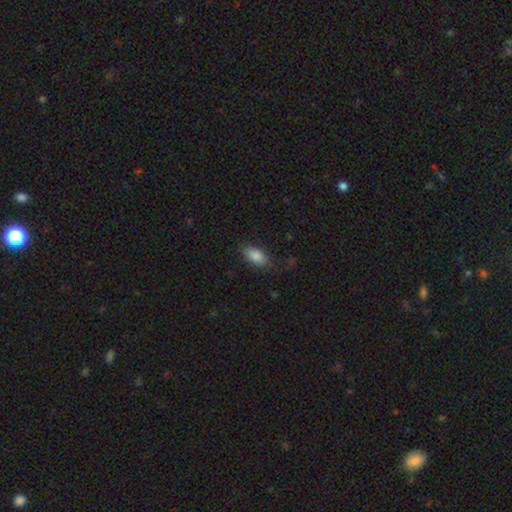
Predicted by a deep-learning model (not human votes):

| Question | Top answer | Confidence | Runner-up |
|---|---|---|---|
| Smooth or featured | smooth | 87% | star or artifact (7%) |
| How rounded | in between | 91% | cigar-shaped (6%) |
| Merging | none | 79% | minor disturbance (15%) |